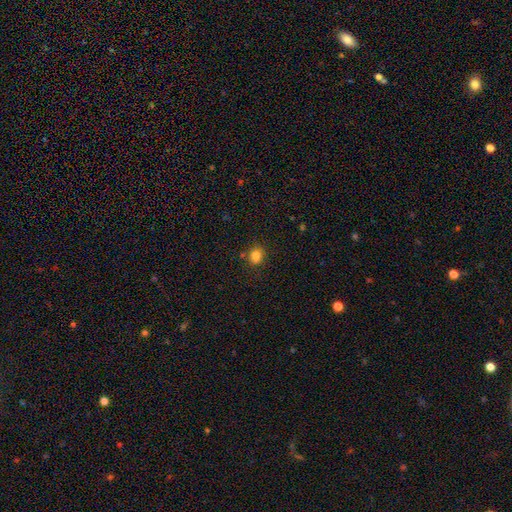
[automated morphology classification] A smooth galaxy with no disk features (82%) that is round (50%). Merging: none (76%).